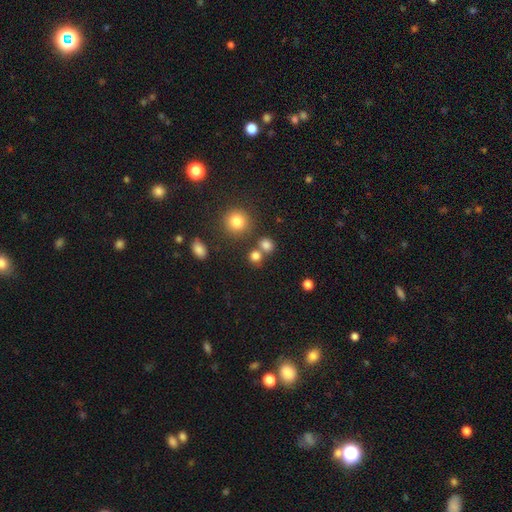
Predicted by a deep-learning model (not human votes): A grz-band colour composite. It shows a smooth galaxy with no disk features (79%) that is round (81%). Merging: none (62%).